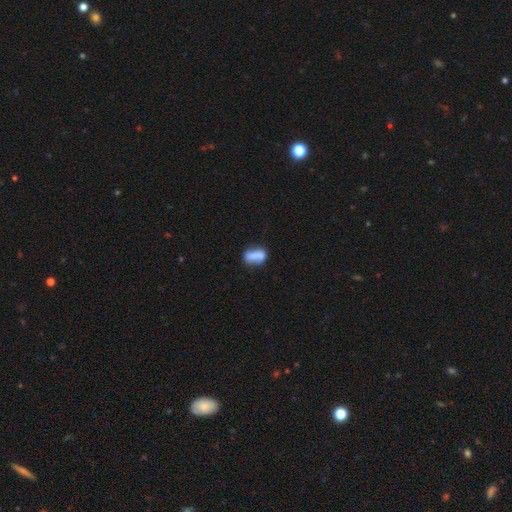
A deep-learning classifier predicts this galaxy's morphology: This appears to be a smooth galaxy with no disk features (65%) that is in between round and cigar-shaped (74%). Merging: none (41%).